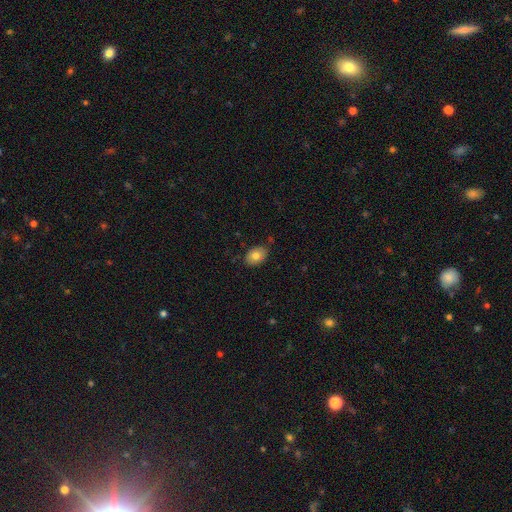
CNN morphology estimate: Smooth or featured? Predicted: smooth (p=0.78). How rounded? Predicted: in between (p=0.81). Merging? Predicted: none (p=0.82).